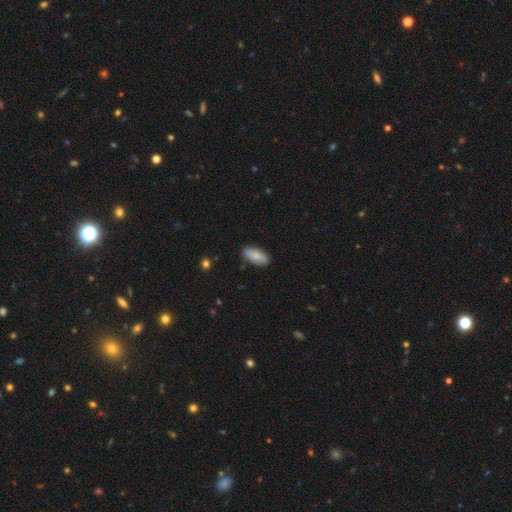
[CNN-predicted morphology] smooth 81%, featured or disk 13%, star or artifact 6%. Down the decision tree: how rounded — in between (89%); merging — none (87%).